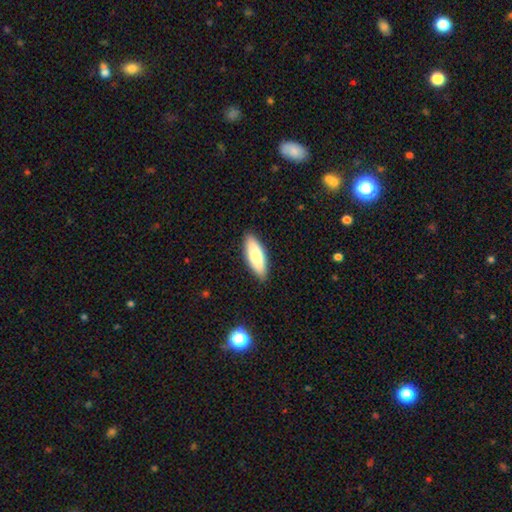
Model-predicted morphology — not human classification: Q: Smooth or featured?
A: smooth (76%); runner-up: featured or disk (18%)
Q: How rounded?
A: in between (59%); runner-up: cigar-shaped (39%)
Q: Merging?
A: none (88%); runner-up: minor disturbance (9%)